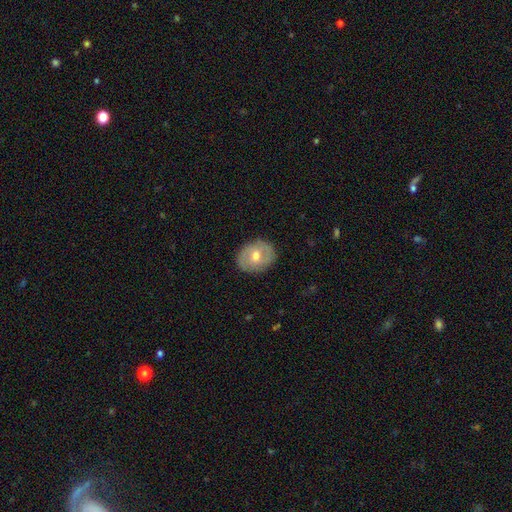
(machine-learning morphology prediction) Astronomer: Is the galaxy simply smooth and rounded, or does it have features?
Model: smooth — 47% (runner-up: featured or disk, 46%).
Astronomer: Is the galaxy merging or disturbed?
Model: none — 84%.